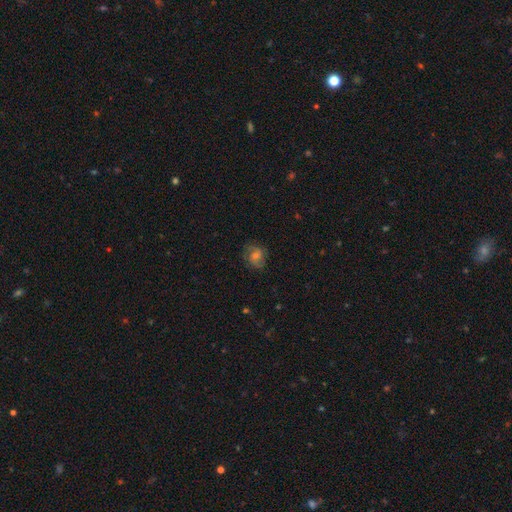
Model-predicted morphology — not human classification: Overall: featured or disk (46%; smooth 37%). Merging: none (76%).